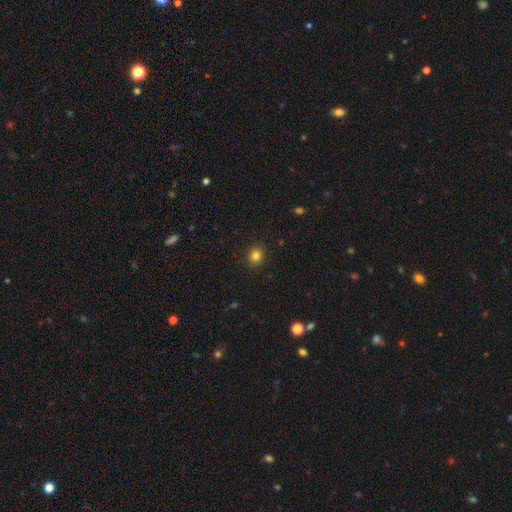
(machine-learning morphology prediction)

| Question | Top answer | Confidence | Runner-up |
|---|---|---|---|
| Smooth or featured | smooth | 83% | star or artifact (12%) |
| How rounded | round | 81% | in between (18%) |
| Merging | none | 91% | minor disturbance (6%) |